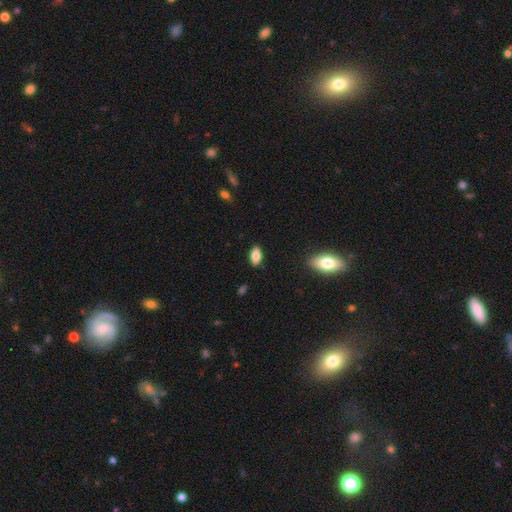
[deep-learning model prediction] smooth-or-featured: smooth: 81% | featured or disk: 11% | star or artifact: 7%
  how-rounded: in between: 89% | cigar-shaped: 8% | round: 4%
  merging: none: 87% | minor disturbance: 10% | major disturbance: 2% | merger: 1%